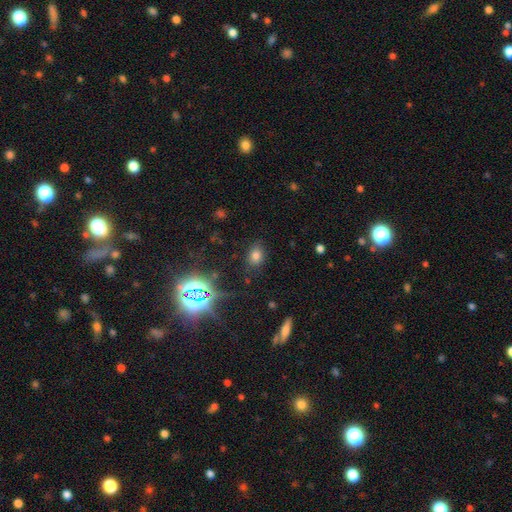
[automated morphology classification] type=smooth (70%); roundness=in between (68%); merging=none (81%).